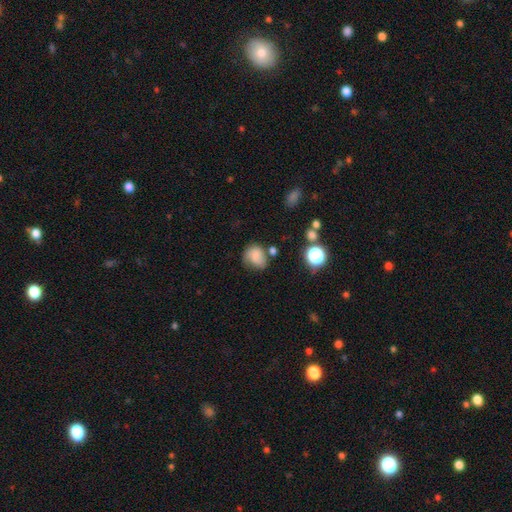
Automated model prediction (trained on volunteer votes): The model was most divided on "merging": none: 45%, minor disturbance: 31%, major disturbance: 17%, merger: 6%. More confident: smooth or featured — smooth (66%); how rounded — round (58%).